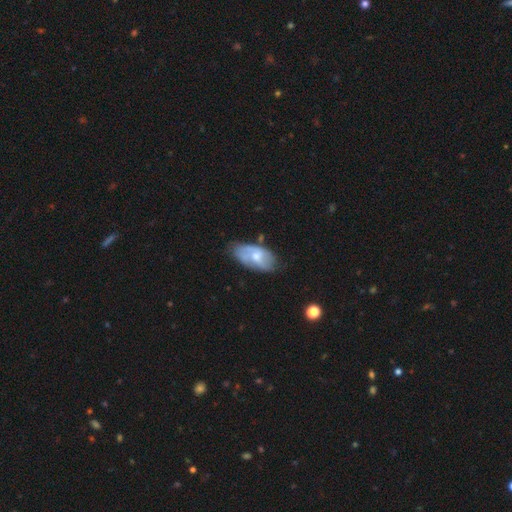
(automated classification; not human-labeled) Smooth or featured?
  - featured or disk: 51% *
  - smooth: 43%
  - star or artifact: 6%
Edge-on disk?
  - no: 93% *
  - yes: 7%
Merging?
  - none: 54% *
  - minor disturbance: 32%
  - major disturbance: 10%
  - merger: 4%